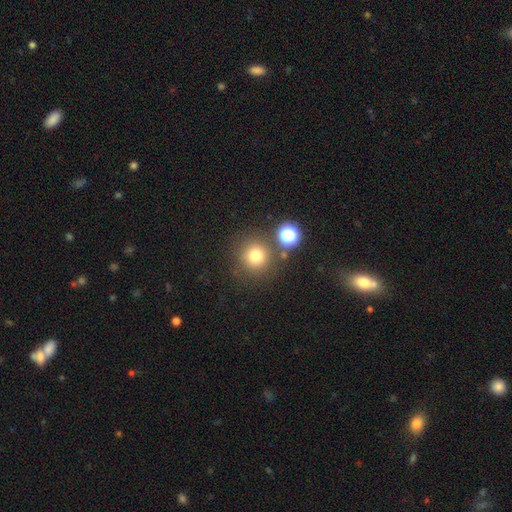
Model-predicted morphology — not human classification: Smooth or featured? Predicted: smooth (p=0.76). How rounded? Predicted: round (p=0.94). Merging? Predicted: none (p=0.80).